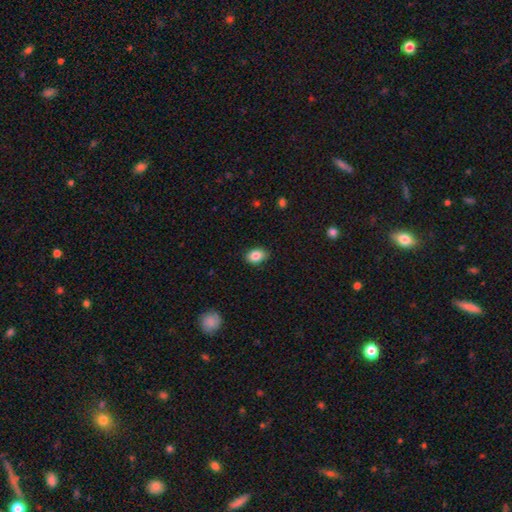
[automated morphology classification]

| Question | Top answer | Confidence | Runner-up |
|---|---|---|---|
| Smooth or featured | smooth | 86% | star or artifact (8%) |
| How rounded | in between | 82% | round (17%) |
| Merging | none | 85% | minor disturbance (12%) |